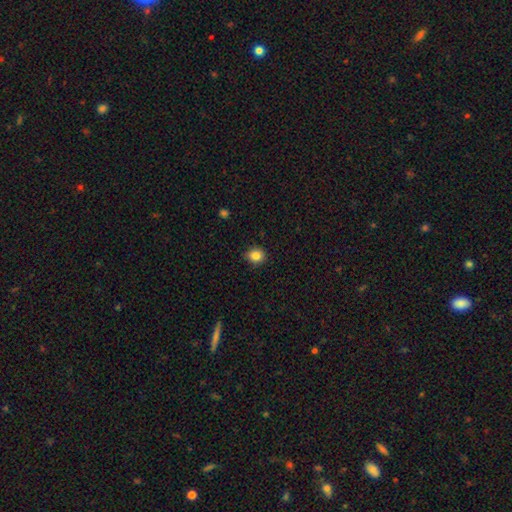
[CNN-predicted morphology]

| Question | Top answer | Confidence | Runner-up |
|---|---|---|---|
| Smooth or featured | smooth | 85% | star or artifact (11%) |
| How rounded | round | 78% | in between (21%) |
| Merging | none | 85% | minor disturbance (12%) |